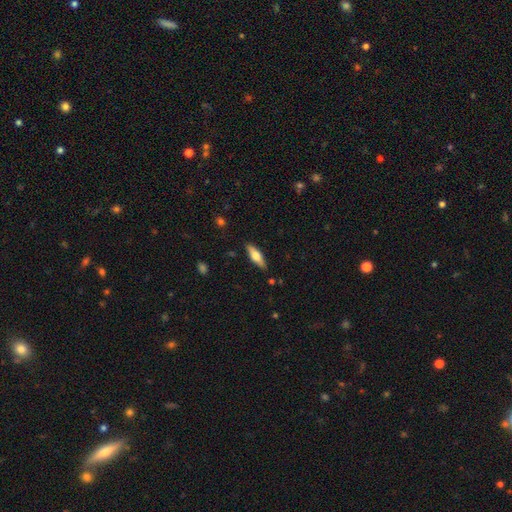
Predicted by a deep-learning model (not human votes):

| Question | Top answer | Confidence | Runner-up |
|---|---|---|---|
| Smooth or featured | smooth | 54% | featured or disk (40%) |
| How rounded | cigar-shaped | 52% | in between (46%) |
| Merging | none | 88% | minor disturbance (9%) |